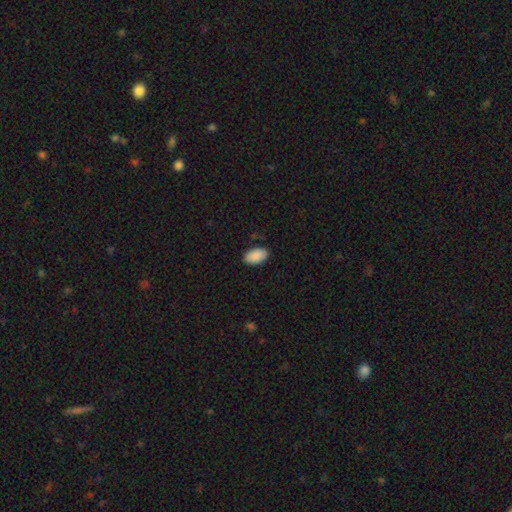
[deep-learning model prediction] This is clearly a smooth galaxy (91%). How rounded: clearly in between (95%). Merging: clearly none (87%).